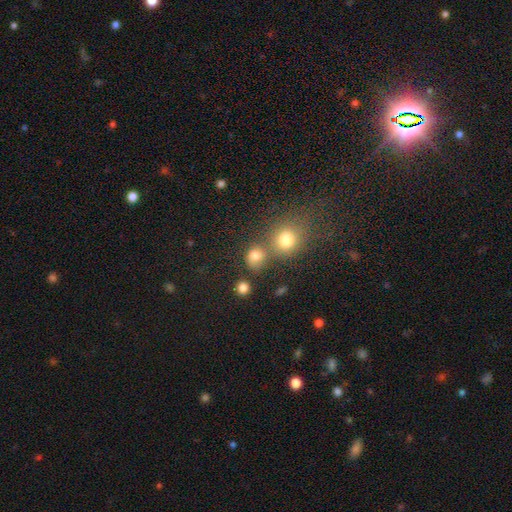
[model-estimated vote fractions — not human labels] This appears to be a smooth galaxy with no disk features (72%) that is round (80%). Merging: none (53%).